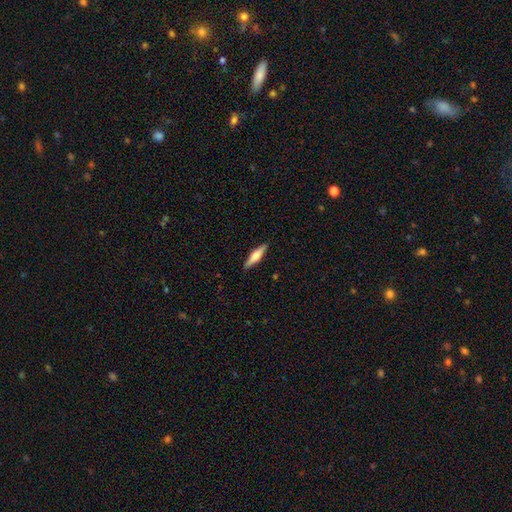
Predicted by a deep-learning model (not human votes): smooth 54%, featured or disk 41%, star or artifact 6%. Down the decision tree: how rounded — cigar-shaped (76%); merging — none (90%).